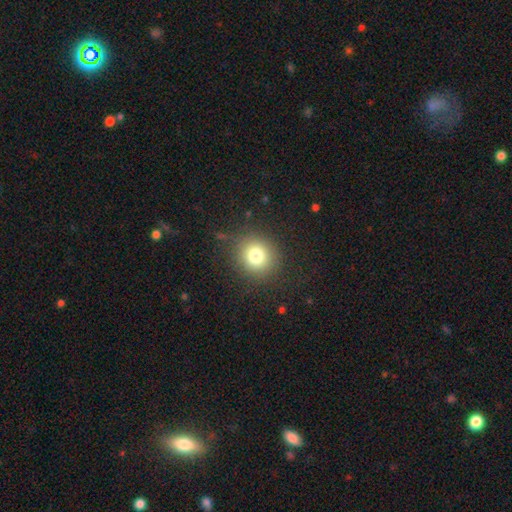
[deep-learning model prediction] Smooth or featured? Predicted: smooth (p=0.78). How rounded? Predicted: round (p=0.90). Merging? Predicted: none (p=0.85).